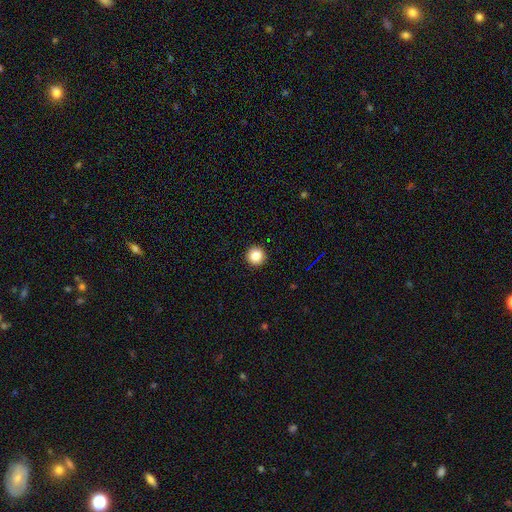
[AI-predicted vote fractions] Overall: smooth (85%). How rounded: round (96%). Merging: none (93%).